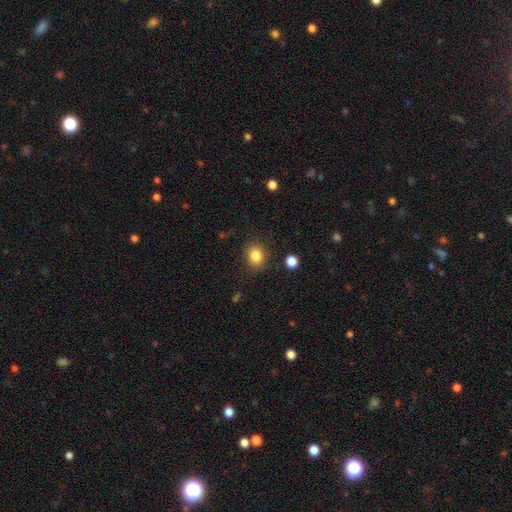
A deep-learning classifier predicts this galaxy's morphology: Smooth or featured? Predicted: smooth (p=0.85). How rounded? Predicted: round (p=0.55). Merging? Predicted: none (p=0.85).